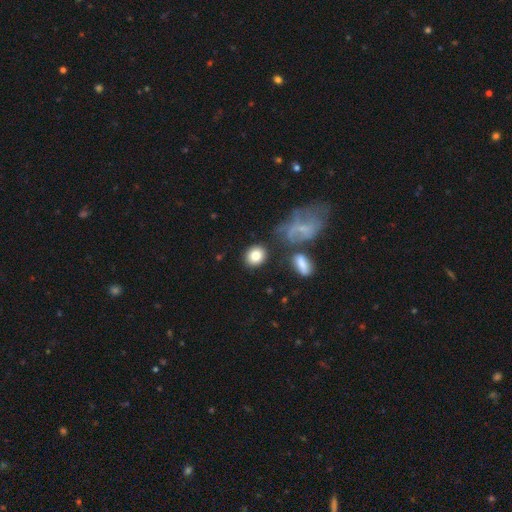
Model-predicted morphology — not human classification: Smooth or featured: smooth — 81% (featured or disk — 10%)
How rounded: round — 67% (in between — 32%)
Merging: none — 77% (minor disturbance — 11%)